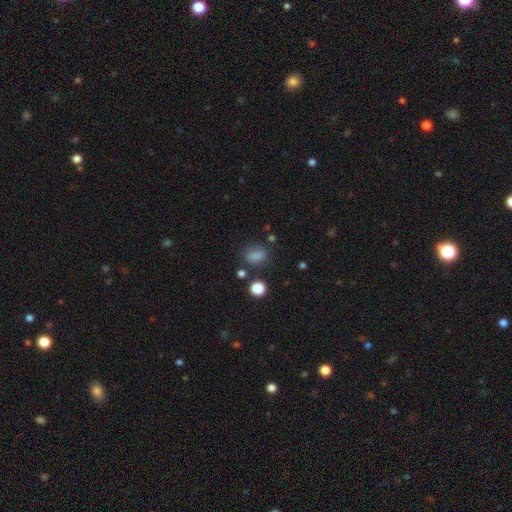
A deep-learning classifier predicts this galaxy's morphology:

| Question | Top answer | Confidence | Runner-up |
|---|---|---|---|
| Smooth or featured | smooth | 79% | star or artifact (15%) |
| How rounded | in between | 68% | round (28%) |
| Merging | none | 69% | minor disturbance (19%) |